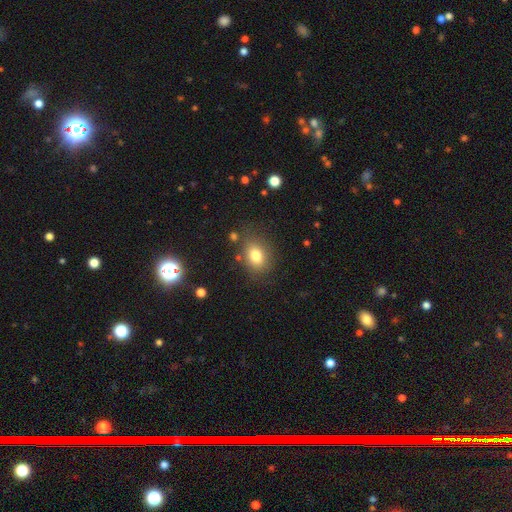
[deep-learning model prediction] Smooth or featured? Predicted: smooth (p=0.79). How rounded? Predicted: in between (p=0.62). Merging? Predicted: none (p=0.77).